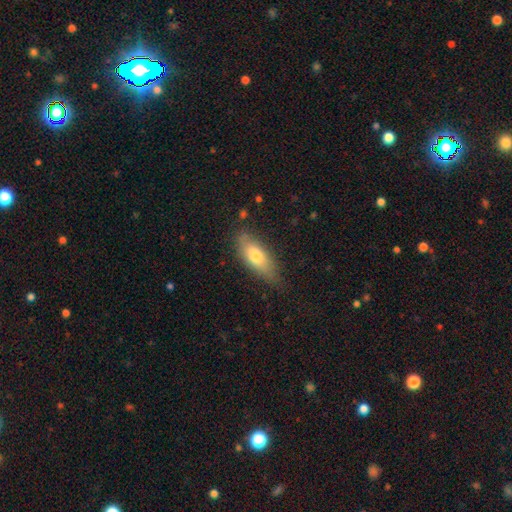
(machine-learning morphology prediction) A smooth galaxy with no disk features (70%) that is in between round and cigar-shaped (73%). Merging: none (71%).